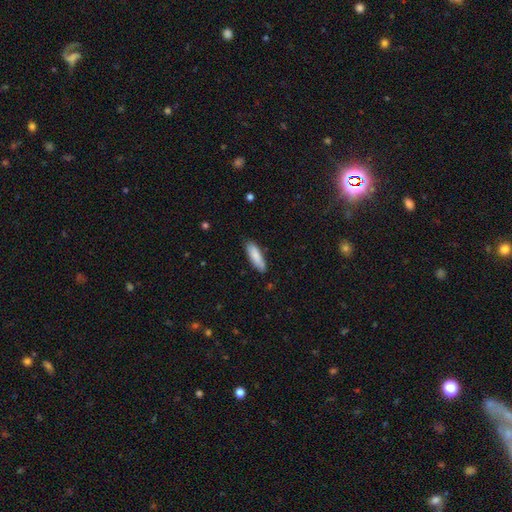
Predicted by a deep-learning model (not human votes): A smooth galaxy with no disk features (84%) that is cigar-shaped (55%). Merging: none (82%).